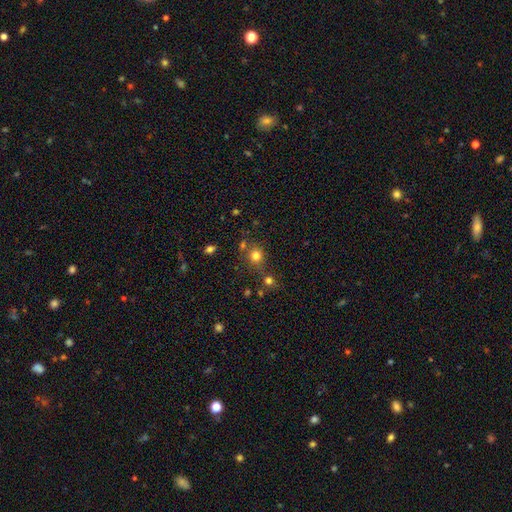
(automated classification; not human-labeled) Smooth or featured? smooth (77%)
How rounded? round (83%)
Merging? none (66%)